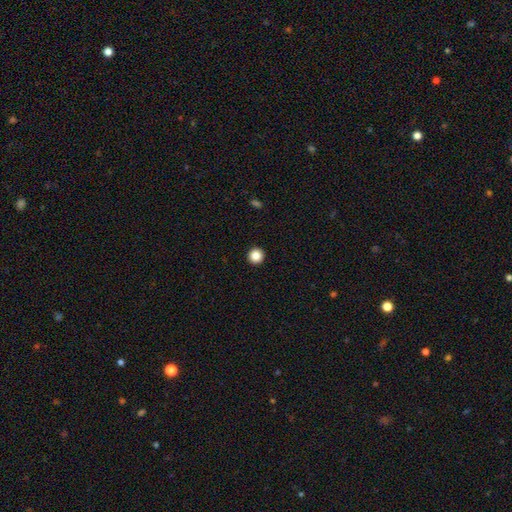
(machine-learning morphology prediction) Smooth or featured? Predicted: smooth (p=0.86). How rounded? Predicted: round (p=0.96). Merging? Predicted: none (p=0.94).